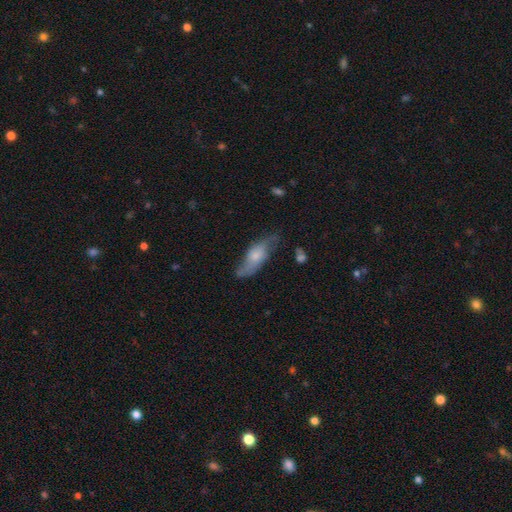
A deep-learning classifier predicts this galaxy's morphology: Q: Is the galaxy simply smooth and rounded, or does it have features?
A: featured or disk — 49%.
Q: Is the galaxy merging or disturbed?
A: none — 57%.